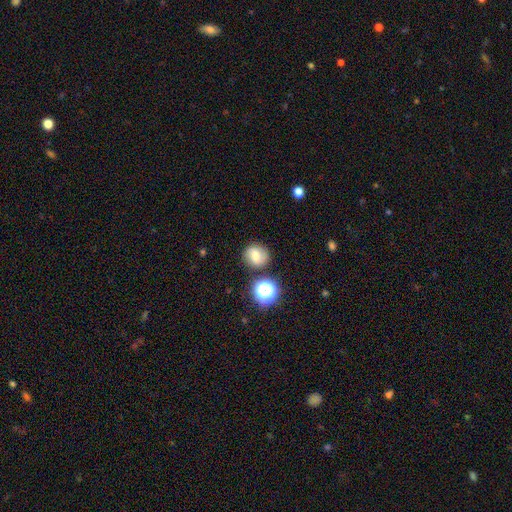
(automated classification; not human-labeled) This is likely a smooth galaxy (68%). How rounded: clearly round (81%). Merging: likely none (78%).